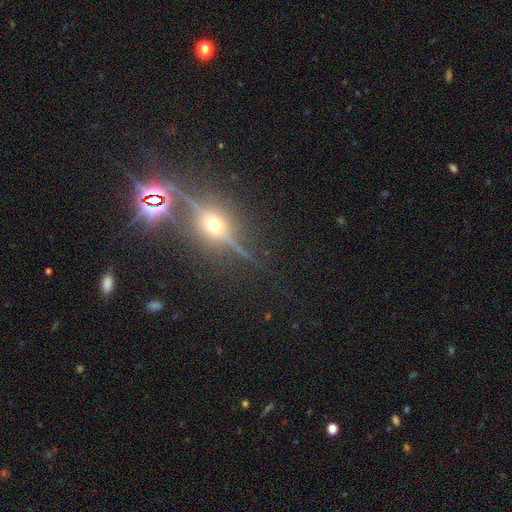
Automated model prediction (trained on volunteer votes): Smooth or featured: featured or disk — 63% (star or artifact — 19%)
Edge-on disk: yes — 84% (no — 16%)
Edge-on bulge: rounded — 96% (boxy — 2%)
Merging: none — 61% (merger — 22%)